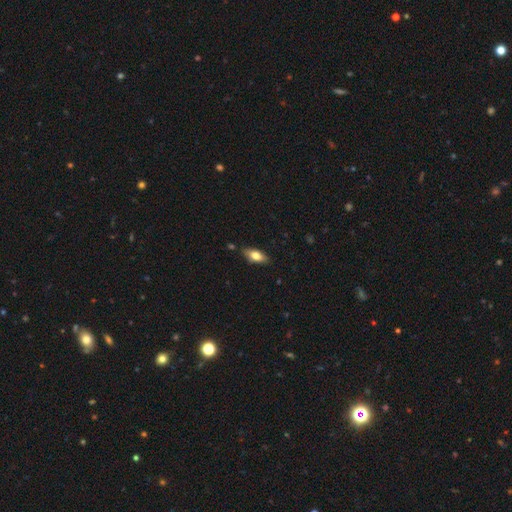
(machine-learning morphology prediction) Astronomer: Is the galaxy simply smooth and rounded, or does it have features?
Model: smooth — 68%.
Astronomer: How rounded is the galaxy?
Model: in between — 79%.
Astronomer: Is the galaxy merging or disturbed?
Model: none — 82%.